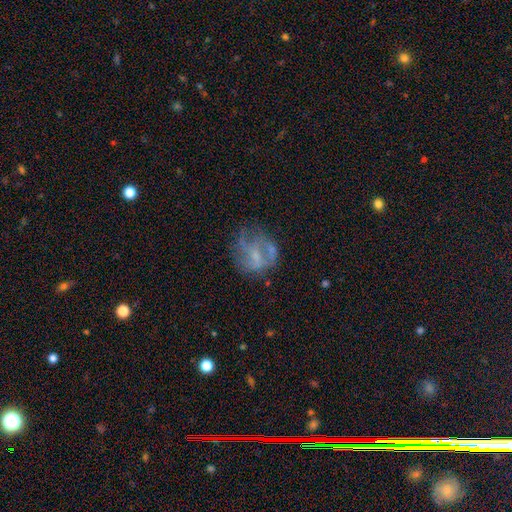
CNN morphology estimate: featured or disk 61%, smooth 28%, star or artifact 11%. Down the decision tree: edge-on disk — no (97%); bar — no (51%); spiral arms — yes (55%); bulge size — small (49%); merging — none (50%).